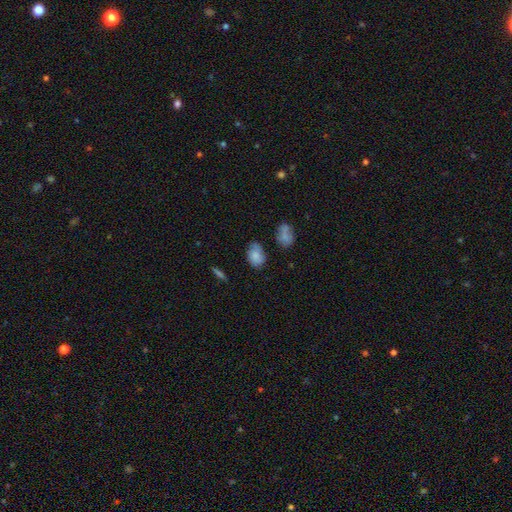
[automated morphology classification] Smooth or featured? Predicted: smooth (p=0.77). How rounded? Predicted: in between (p=0.80). Merging? Predicted: none (p=0.61).